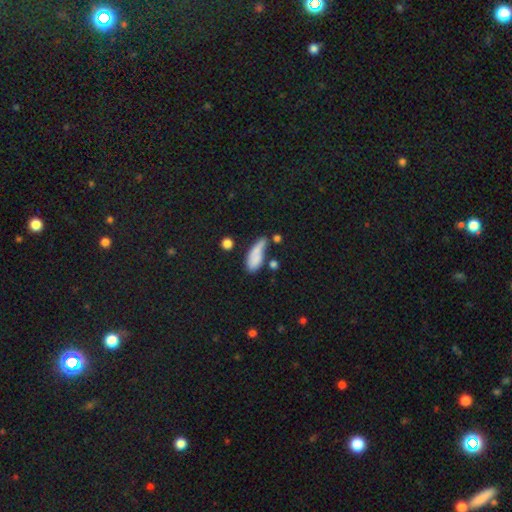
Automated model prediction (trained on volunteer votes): smooth-or-featured: smooth: 75% | featured or disk: 15% | star or artifact: 10%
  how-rounded: in between: 65% | cigar-shaped: 31% | round: 4%
  merging: none: 37% | minor disturbance: 30% | major disturbance: 17% | merger: 17%